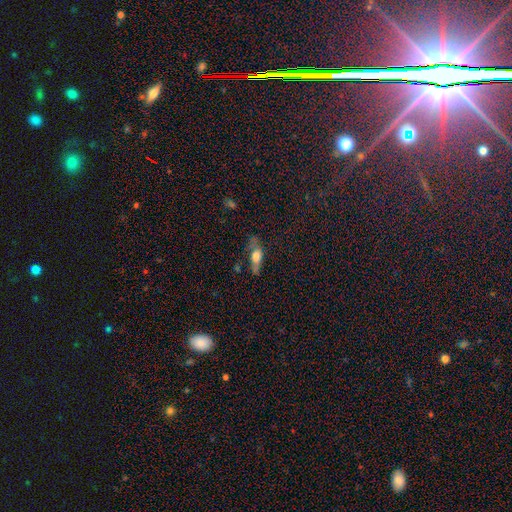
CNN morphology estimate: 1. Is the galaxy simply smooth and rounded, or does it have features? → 54% smooth, 36% featured or disk, 10% star or artifact.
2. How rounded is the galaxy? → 56% in between, 39% cigar-shaped, 5% round.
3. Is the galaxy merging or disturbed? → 53% none, 27% minor disturbance, 16% major disturbance, 4% merger.